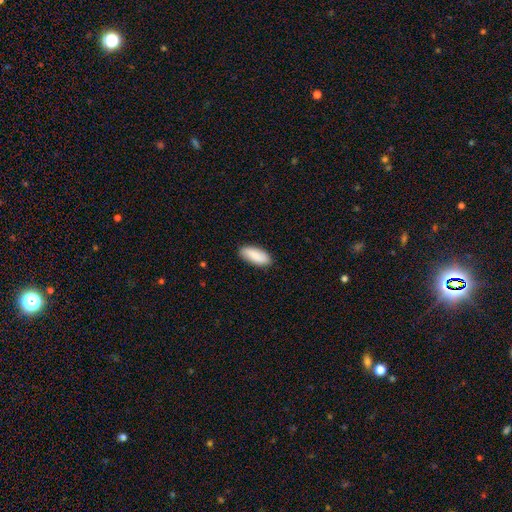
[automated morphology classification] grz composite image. It shows a smooth galaxy with no disk features (87%) that is in between round and cigar-shaped (82%). Merging: none (88%).